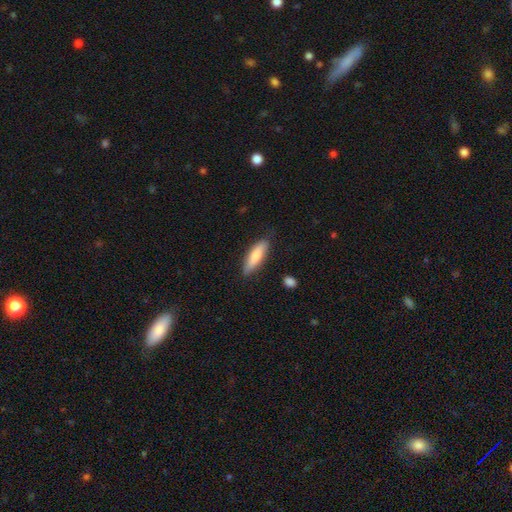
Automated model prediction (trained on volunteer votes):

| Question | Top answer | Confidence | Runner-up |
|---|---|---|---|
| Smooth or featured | smooth | 79% | featured or disk (15%) |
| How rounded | cigar-shaped | 58% | in between (41%) |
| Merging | none | 82% | minor disturbance (14%) |